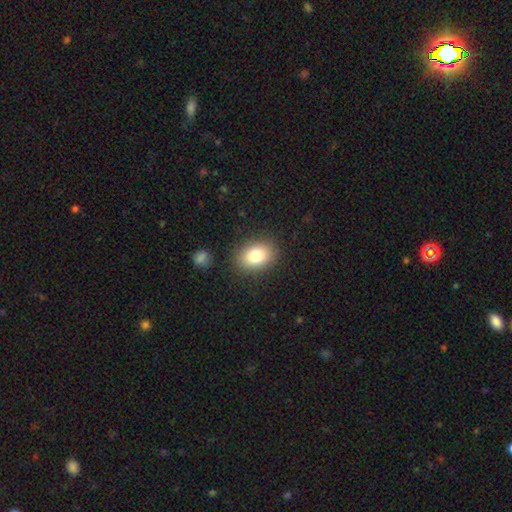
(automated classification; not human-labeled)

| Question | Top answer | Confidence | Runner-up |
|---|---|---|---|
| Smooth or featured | smooth | 82% | featured or disk (9%) |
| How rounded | in between | 73% | round (26%) |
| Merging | none | 86% | minor disturbance (9%) |